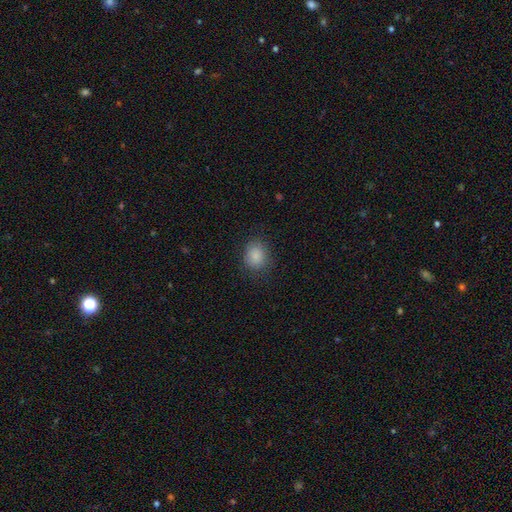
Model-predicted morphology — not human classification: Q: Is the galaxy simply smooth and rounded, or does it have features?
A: smooth — 87%.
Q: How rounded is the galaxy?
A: round — 57%.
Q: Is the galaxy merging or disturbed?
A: none — 82%.